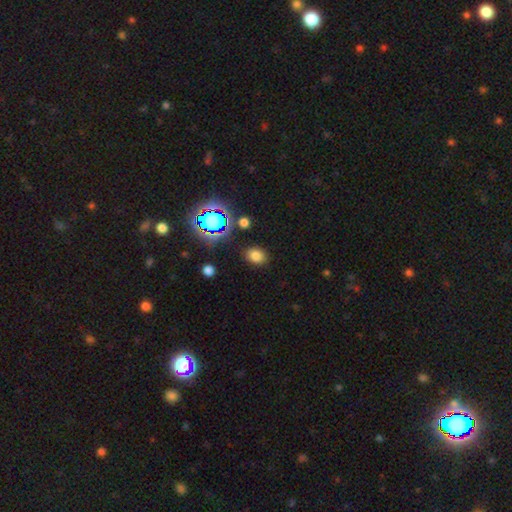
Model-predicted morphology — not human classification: smooth-or-featured: smooth: 75% | star or artifact: 18% | featured or disk: 6%
  how-rounded: in between: 65% | round: 34% | cigar-shaped: 1%
  merging: none: 85% | minor disturbance: 10% | major disturbance: 3% | merger: 2%